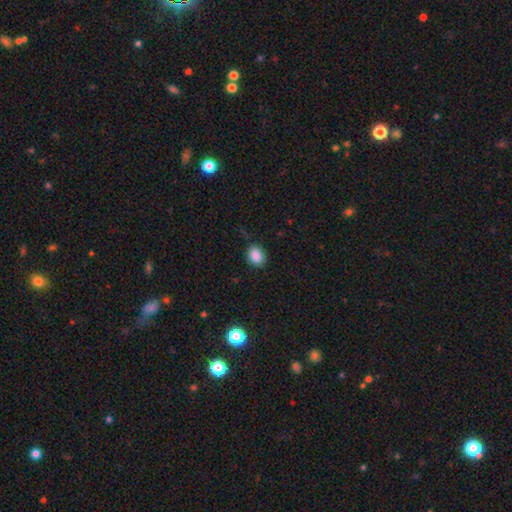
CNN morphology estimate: Overall: smooth (87%). How rounded: in between (54%; round 45%). Merging: none (82%).